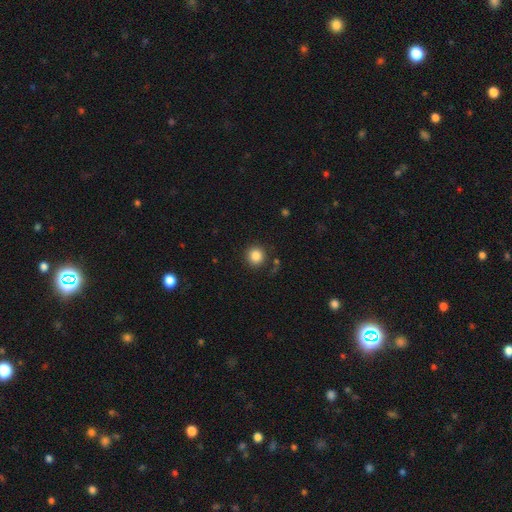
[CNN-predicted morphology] A smooth galaxy with no disk features (85%) that is round (94%).

Vote fractions:
- Smooth or featured? smooth: 85% / star or artifact: 11% / featured or disk: 4%
- How rounded? round: 94% / in between: 5% / cigar-shaped: 1%
- Merging? none: 86% / minor disturbance: 8% / major disturbance: 3% / merger: 3%